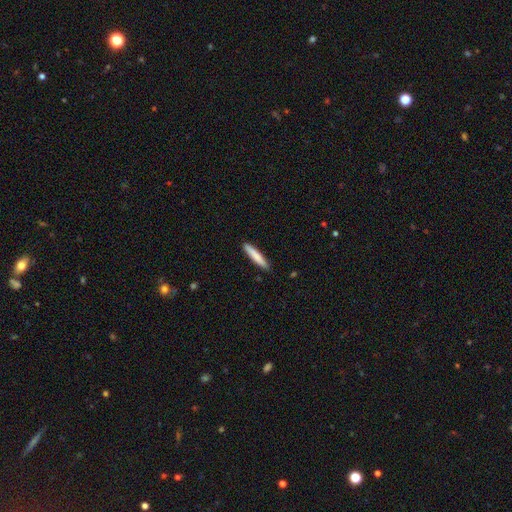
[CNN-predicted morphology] Smooth or featured? smooth (79%)
How rounded? cigar-shaped (93%)
Merging? none (90%)